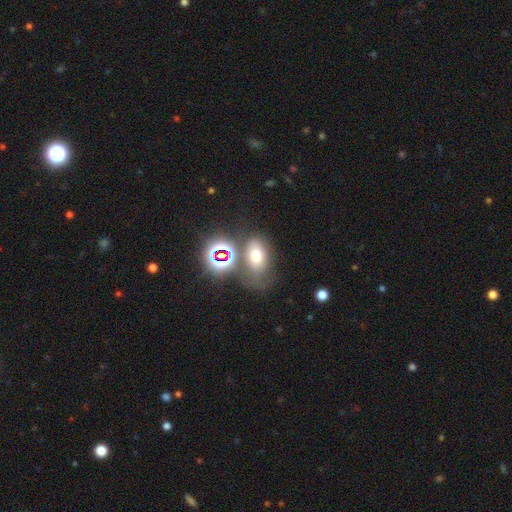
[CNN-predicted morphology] type=smooth (57%); roundness=in between (76%); merging=none (50%).